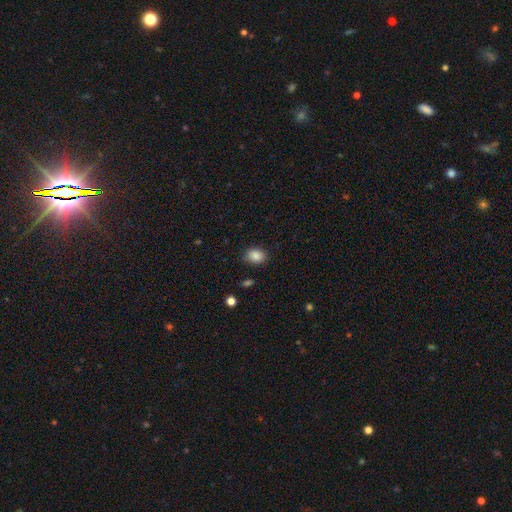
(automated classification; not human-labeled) Overall: smooth (87%). How rounded: in between (67%; round 32%). Merging: none (83%).